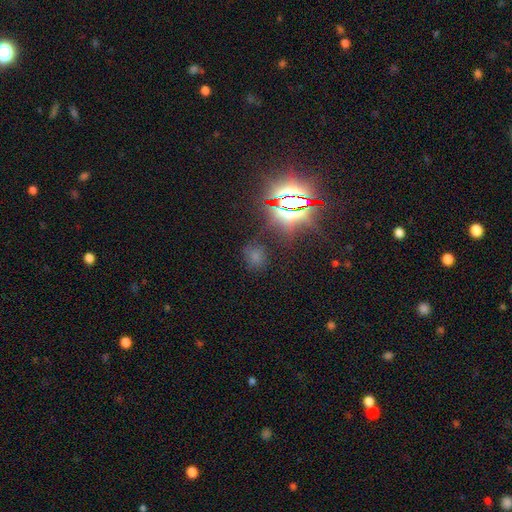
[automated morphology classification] Overall: smooth (51%; star or artifact 40%). How rounded: round (54%; in between 44%). Merging: none (70%).